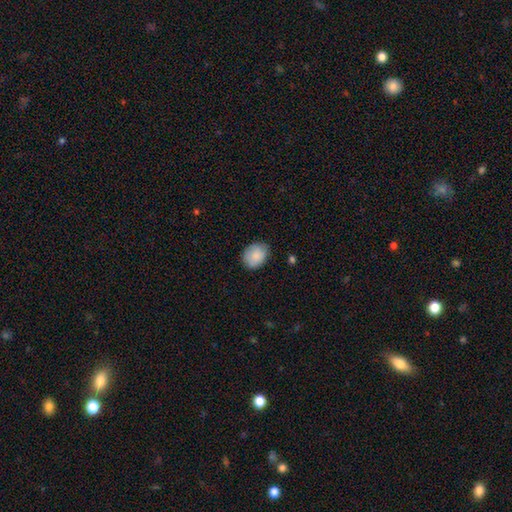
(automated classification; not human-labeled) This appears to be a smooth galaxy with no disk features (85%) that is round (50%). Merging: none (74%).